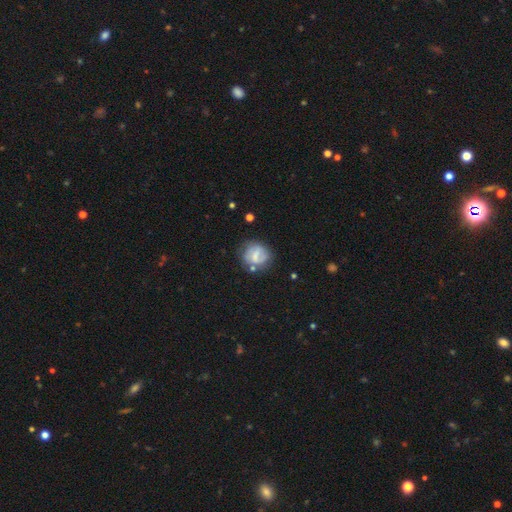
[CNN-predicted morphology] smooth_or_featured: featured or disk (p=0.45) [alt: smooth p=0.44]
merging: none (p=0.60) [alt: minor disturbance p=0.22]